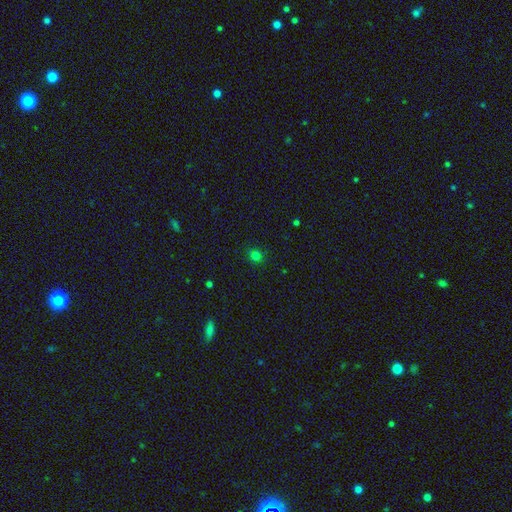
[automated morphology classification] smooth_or_featured: smooth (p=0.76) [alt: star or artifact p=0.20]
how_rounded: round (p=0.81) [alt: in between p=0.18]
merging: none (p=0.87) [alt: minor disturbance p=0.09]